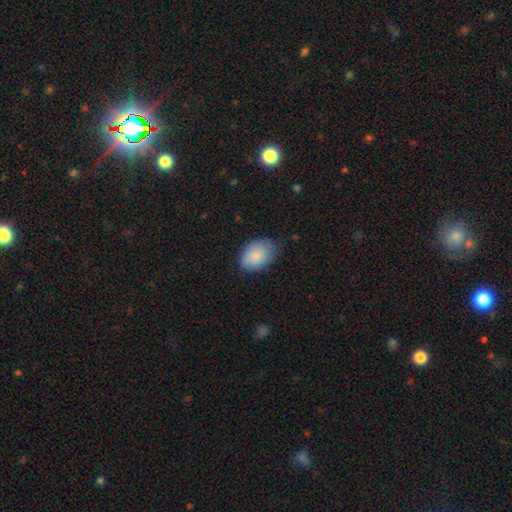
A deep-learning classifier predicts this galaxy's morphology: Overall: smooth (81%). How rounded: in between (82%). Merging: none (67%).